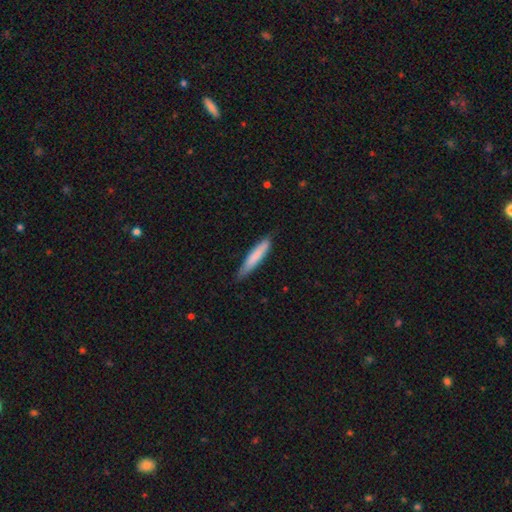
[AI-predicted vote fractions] This appears to be a smooth galaxy with no disk features (77%) that is cigar-shaped (90%). Merging: none (80%).